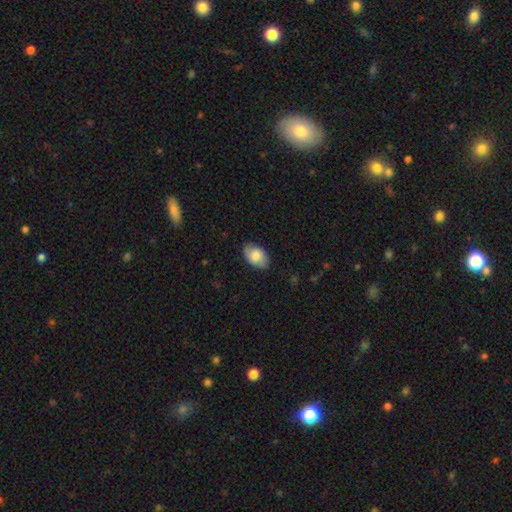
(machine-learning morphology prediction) smooth_or_featured: smooth (p=0.79) [alt: featured or disk p=0.15]
how_rounded: in between (p=0.91) [alt: round p=0.08]
merging: none (p=0.82) [alt: minor disturbance p=0.14]